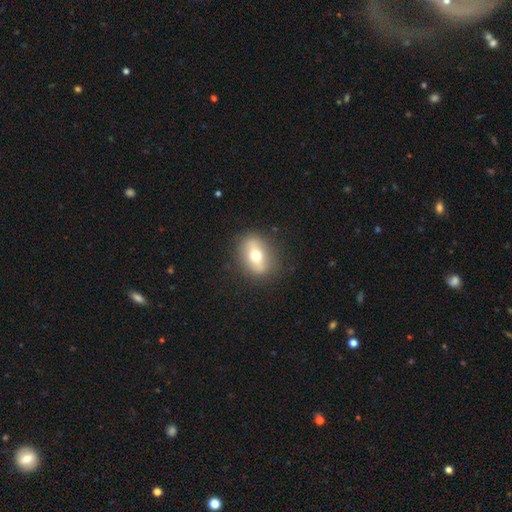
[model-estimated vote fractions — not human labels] The model was most divided on "smooth or featured": smooth: 53%, featured or disk: 39%, star or artifact: 8%. More confident: merging — none (84%); how rounded — in between (63%).